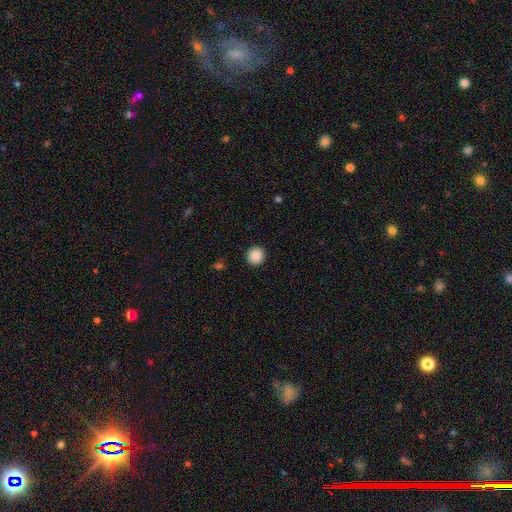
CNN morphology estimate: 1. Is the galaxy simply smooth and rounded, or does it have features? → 89% smooth, 9% star or artifact, 3% featured or disk.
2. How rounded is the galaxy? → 92% round, 7% in between, 1% cigar-shaped.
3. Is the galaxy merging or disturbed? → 92% none, 5% minor disturbance, 2% major disturbance, 1% merger.